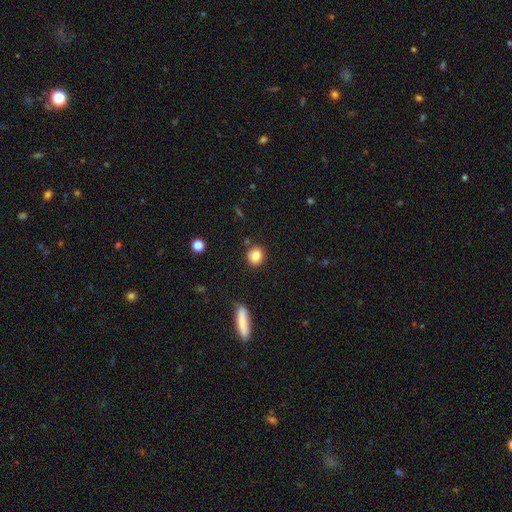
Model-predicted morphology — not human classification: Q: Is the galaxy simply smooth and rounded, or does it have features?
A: smooth — 84%.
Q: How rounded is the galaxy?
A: round — 77%.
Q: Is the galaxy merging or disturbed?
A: none — 84%.